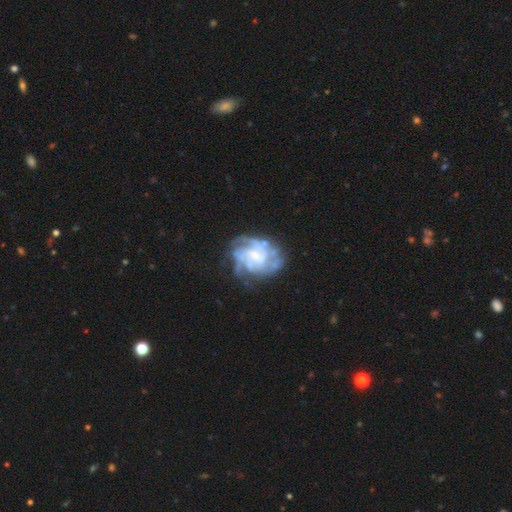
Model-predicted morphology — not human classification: This appears to be a featured or disk galaxy (83%) with no bar (61%), tight (50%) spiral arms (93%) and a small central bulge (54%). Merging: none (61%).